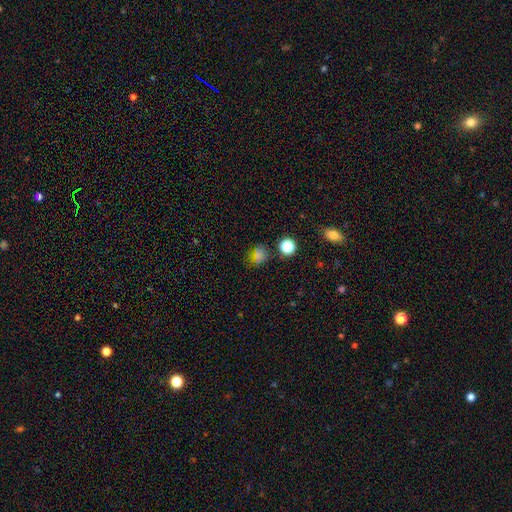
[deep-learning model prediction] A smooth galaxy with no disk features (72%) that is round (71%).

Vote fractions:
- Smooth or featured? smooth: 72% / star or artifact: 21% / featured or disk: 7%
- How rounded? round: 71% / in between: 28% / cigar-shaped: 1%
- Merging? none: 78% / minor disturbance: 13% / merger: 4% / major disturbance: 4%